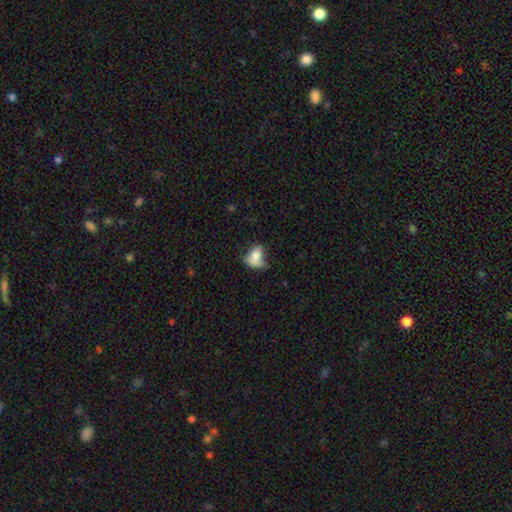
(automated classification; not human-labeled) A smooth galaxy with no disk features (71%) that is in between round and cigar-shaped (75%).

Vote fractions:
- Smooth or featured? smooth: 71% / featured or disk: 20% / star or artifact: 10%
- How rounded? in between: 75% / round: 23% / cigar-shaped: 2%
- Merging? minor disturbance: 33% / none: 31% / major disturbance: 24% / merger: 12%